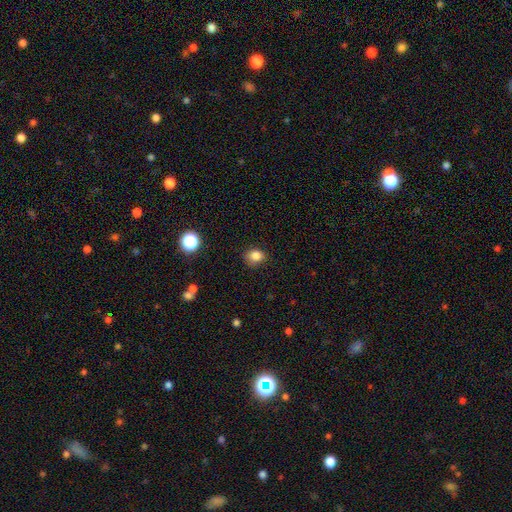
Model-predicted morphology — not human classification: Q: Smooth or featured?
A: smooth (83%); runner-up: star or artifact (12%)
Q: How rounded?
A: round (58%); runner-up: in between (41%)
Q: Merging?
A: none (77%); runner-up: minor disturbance (18%)